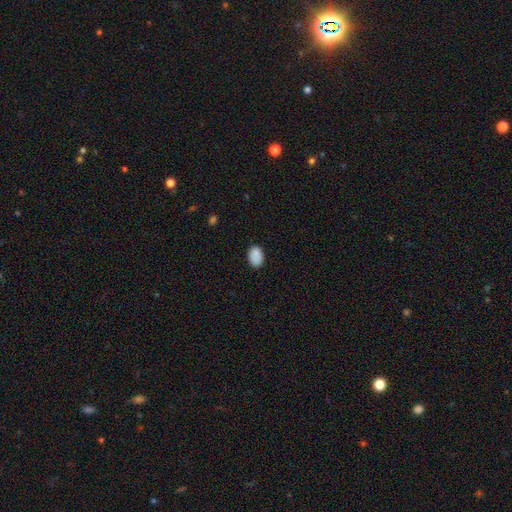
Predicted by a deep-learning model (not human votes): Smooth or featured? smooth (88%)
How rounded? in between (87%)
Merging? none (83%)